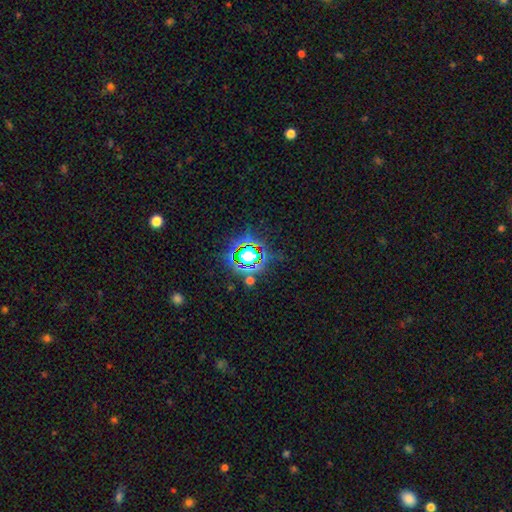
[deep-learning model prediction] smooth_or_featured: star or artifact (p=0.81) [alt: smooth p=0.11]